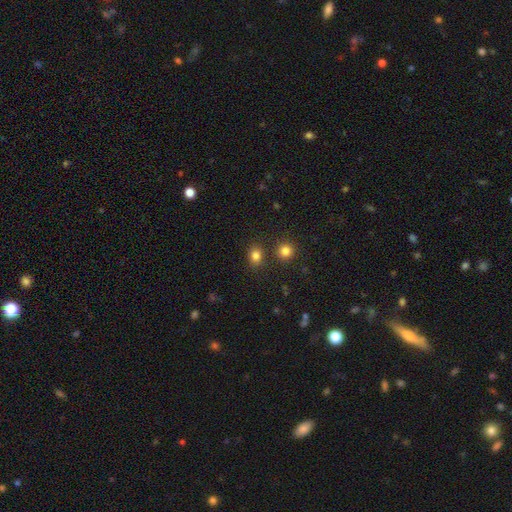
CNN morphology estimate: Smooth or featured? Predicted: smooth (p=0.83). How rounded? Predicted: round (p=0.64). Merging? Predicted: none (p=0.81).